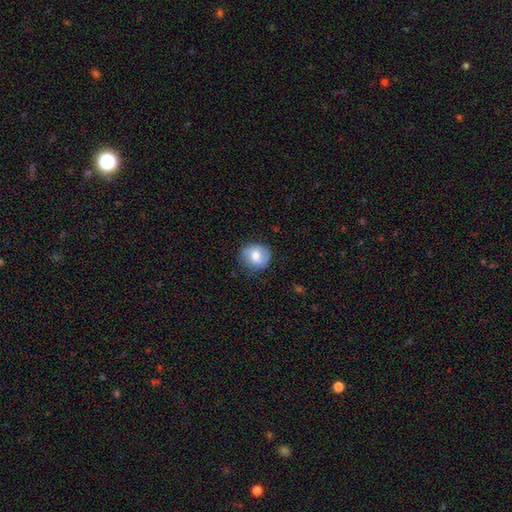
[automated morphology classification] type=smooth (70%); roundness=round (78%); merging=none (76%).